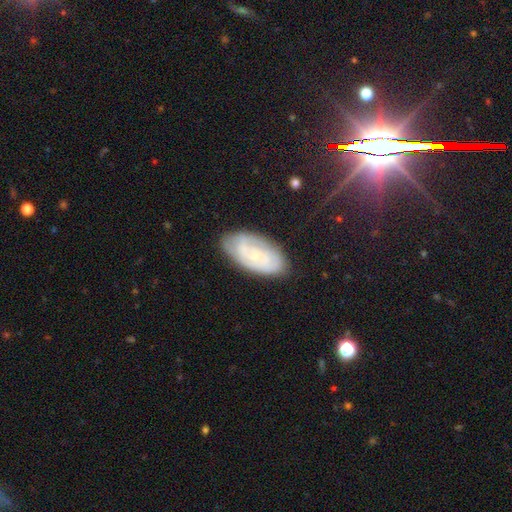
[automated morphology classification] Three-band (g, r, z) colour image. It shows a featured or disk galaxy (58%) with no bar (76%), spiral arms (75%) and a small central bulge (75%). Merging: none (77%).